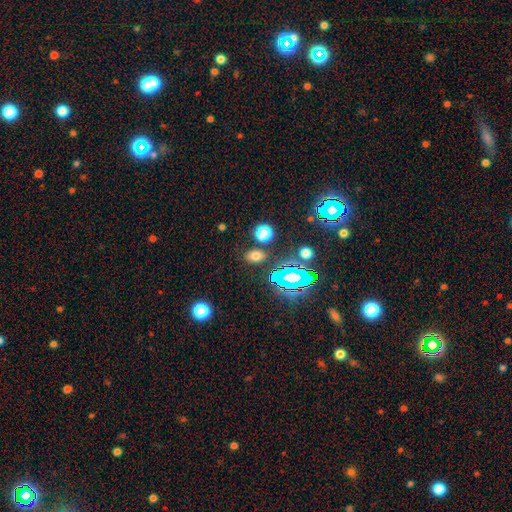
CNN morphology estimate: A smooth galaxy with no disk features (67%) that is in between round and cigar-shaped (67%). Merging: none (82%).